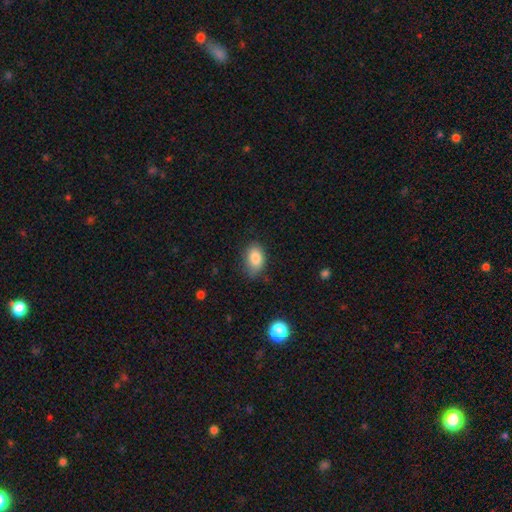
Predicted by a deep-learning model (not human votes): This appears to be a smooth galaxy with no disk features (85%) that is in between round and cigar-shaped (86%). Merging: none (74%).